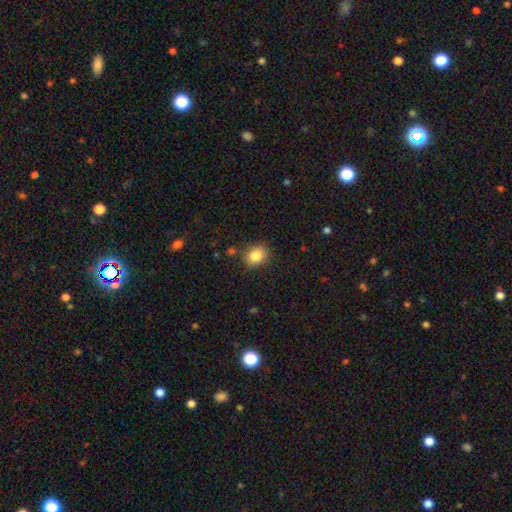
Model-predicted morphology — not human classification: Overall: smooth (84%). How rounded: in between (50%; round 49%). Merging: none (82%).